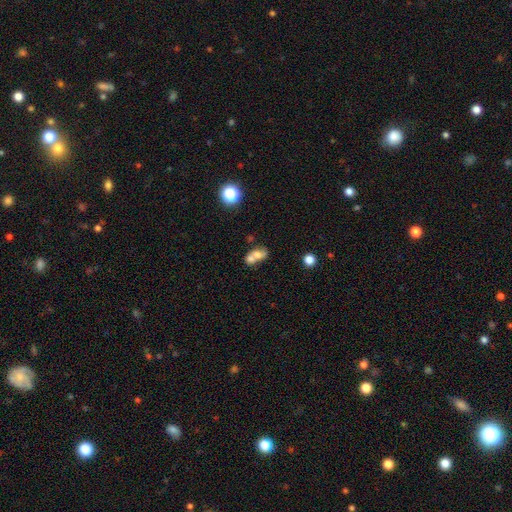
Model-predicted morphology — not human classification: Q: Smooth or featured?
A: smooth (61%); runner-up: featured or disk (28%)
Q: How rounded?
A: in between (64%); runner-up: round (34%)
Q: Merging?
A: merger (65%); runner-up: none (22%)